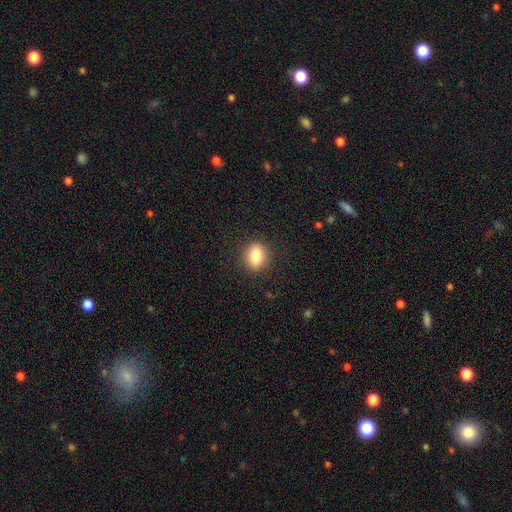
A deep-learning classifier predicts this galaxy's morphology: Smooth or featured? smooth (82%)
How rounded? in between (61%)
Merging? none (88%)